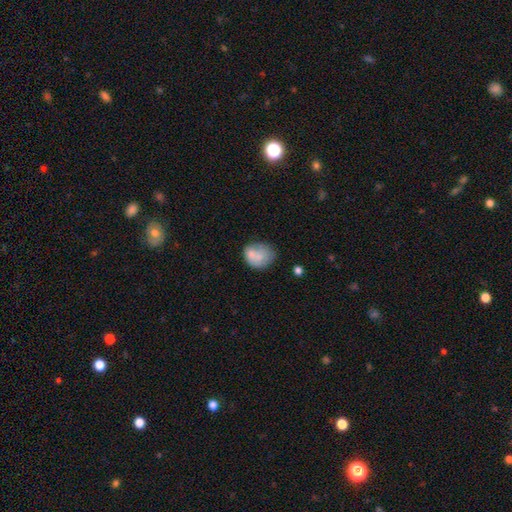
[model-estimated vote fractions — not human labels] Morphology: type=smooth (75%); roundness=round (55%); merging=none (47%).